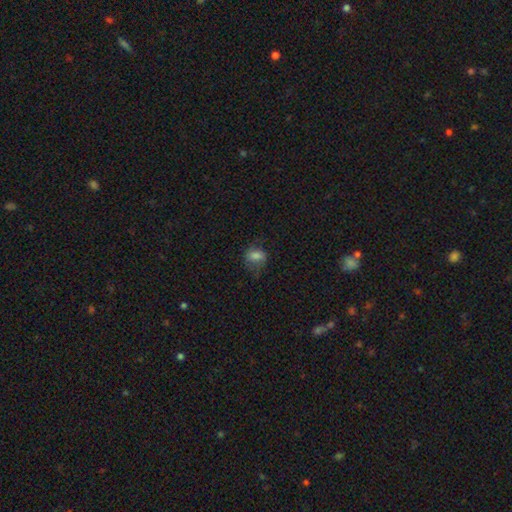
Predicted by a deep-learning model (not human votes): Morphology: type=smooth (70%); roundness=in between (62%); merging=none (58%).